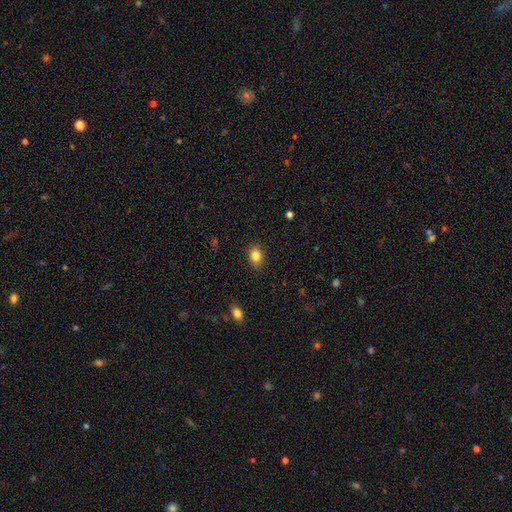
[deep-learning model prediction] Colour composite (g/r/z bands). It shows a smooth galaxy with no disk features (84%) that is in between round and cigar-shaped (64%). Merging: none (86%).